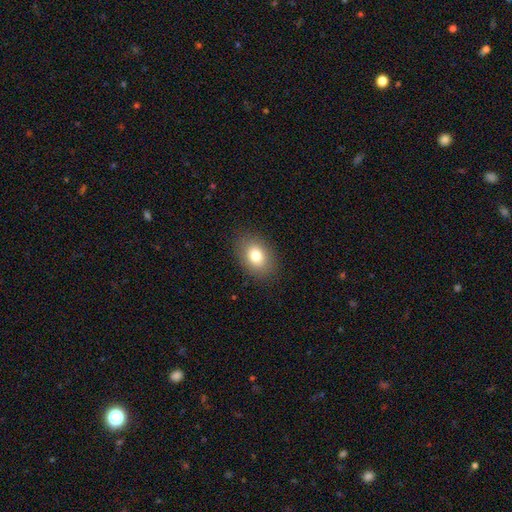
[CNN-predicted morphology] smooth 79%, featured or disk 11%, star or artifact 10%. Down the decision tree: how rounded — in between (74%); merging — none (86%).